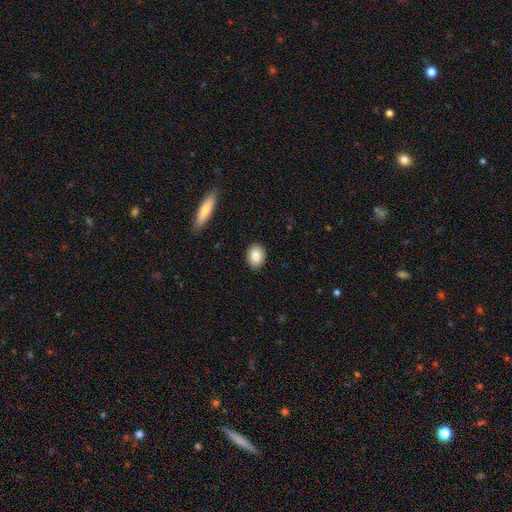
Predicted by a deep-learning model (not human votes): This appears to be a smooth galaxy with no disk features (85%) that is in between round and cigar-shaped (67%). Merging: none (90%).